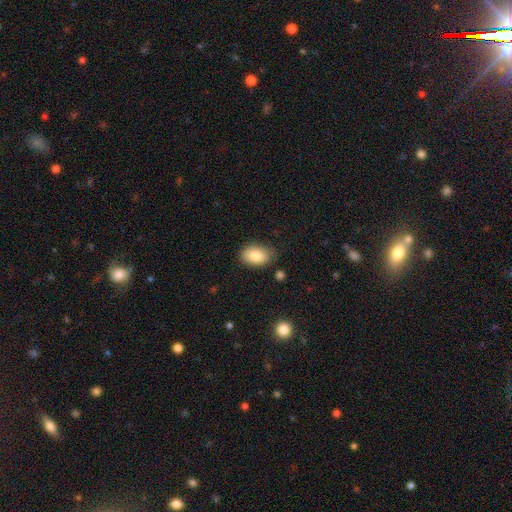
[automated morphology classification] The model was most divided on "merging": none: 79%, minor disturbance: 16%, major disturbance: 3%, merger: 2%. More confident: how rounded — in between (90%); smooth or featured — smooth (86%).